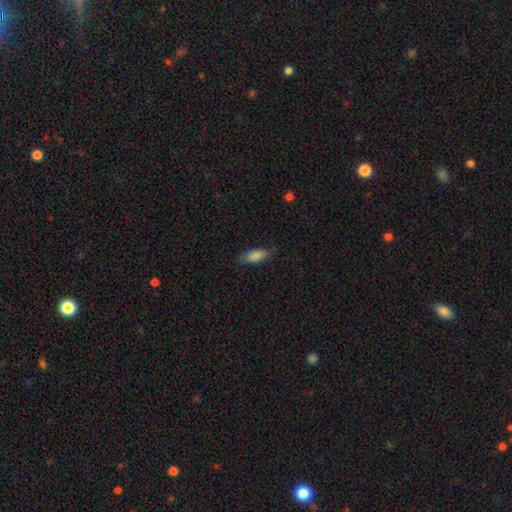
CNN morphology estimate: A smooth galaxy with no disk features (83%) that is in between round and cigar-shaped (80%). Merging: none (74%).